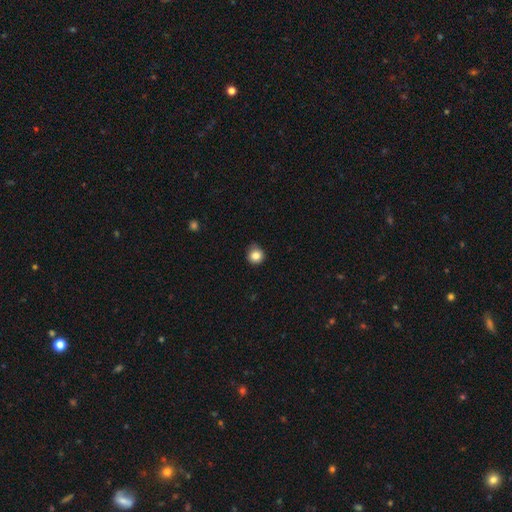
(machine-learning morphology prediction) type=smooth (83%); roundness=round (90%); merging=none (79%).